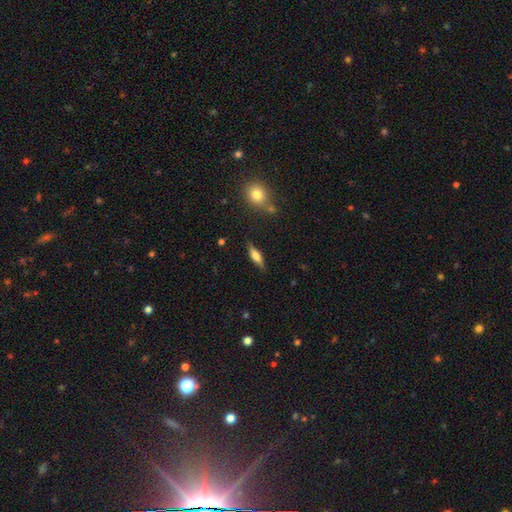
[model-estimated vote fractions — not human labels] Smooth or featured: smooth — 58% (featured or disk — 35%)
How rounded: cigar-shaped — 57% (in between — 40%)
Merging: none — 82% (minor disturbance — 12%)